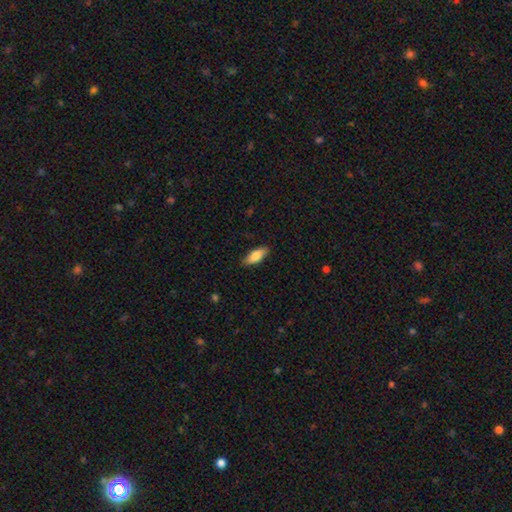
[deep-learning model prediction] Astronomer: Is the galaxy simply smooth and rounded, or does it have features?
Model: smooth — 80%.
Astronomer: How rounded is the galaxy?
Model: in between — 75%.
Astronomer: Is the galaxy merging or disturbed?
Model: none — 86%.